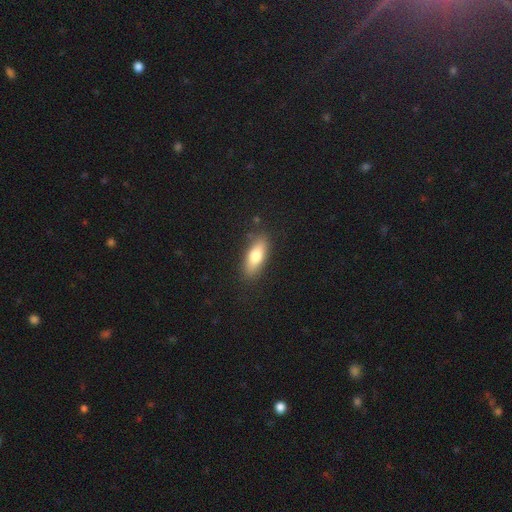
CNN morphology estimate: type=smooth (73%); roundness=in between (68%); merging=none (85%).